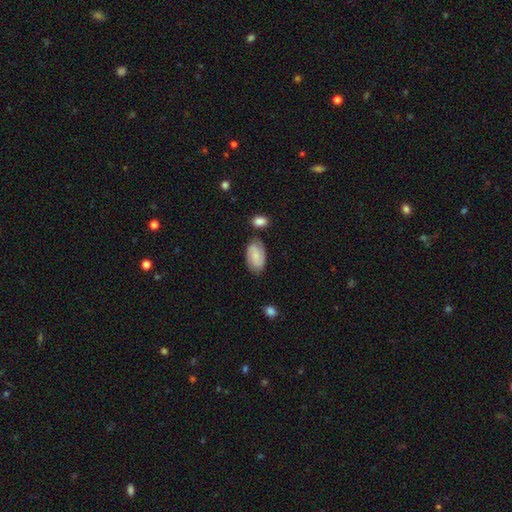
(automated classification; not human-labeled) smooth 53%, featured or disk 40%, star or artifact 7%. Down the decision tree: how rounded — in between (93%); merging — none (75%).